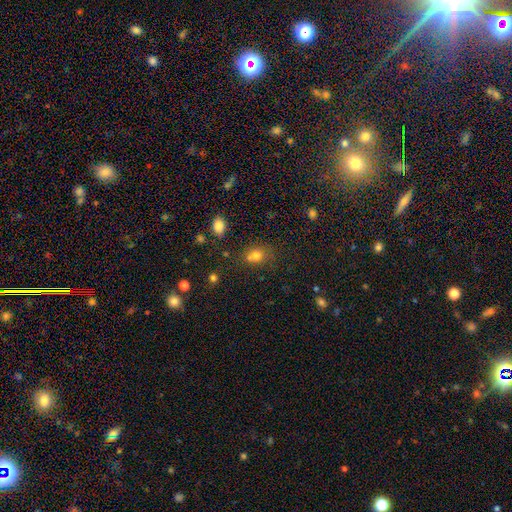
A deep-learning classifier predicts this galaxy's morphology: This appears to be a smooth galaxy with no disk features (74%) that is round (60%). Merging: none (47%).